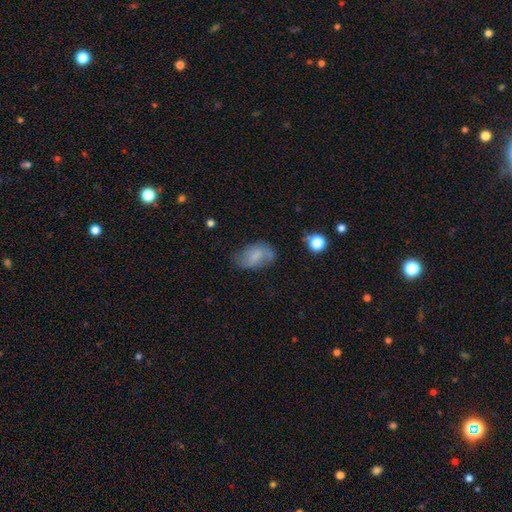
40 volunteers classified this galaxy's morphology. Overall: smooth (55%; featured or disk 38%). How rounded: in between (91%). Merging: none (65%).